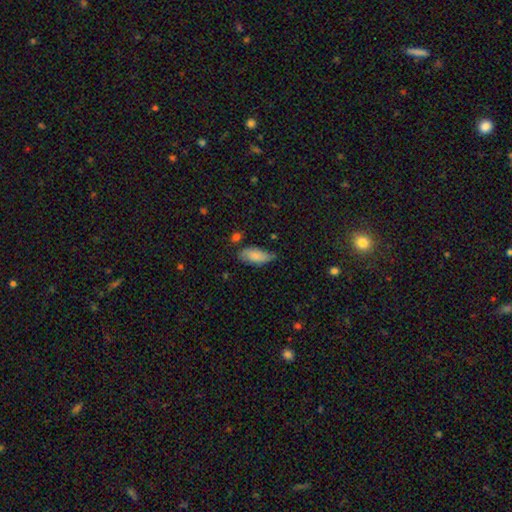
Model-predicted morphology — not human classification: This appears to be a smooth galaxy with no disk features (81%) that is in between round and cigar-shaped (84%). Merging: none (59%).